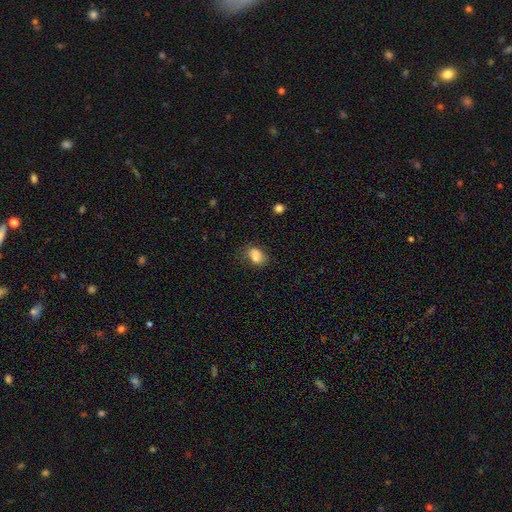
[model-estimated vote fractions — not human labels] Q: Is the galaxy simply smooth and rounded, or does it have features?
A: smooth — 81%.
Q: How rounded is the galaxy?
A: in between — 78%.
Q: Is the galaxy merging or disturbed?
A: none — 56%.